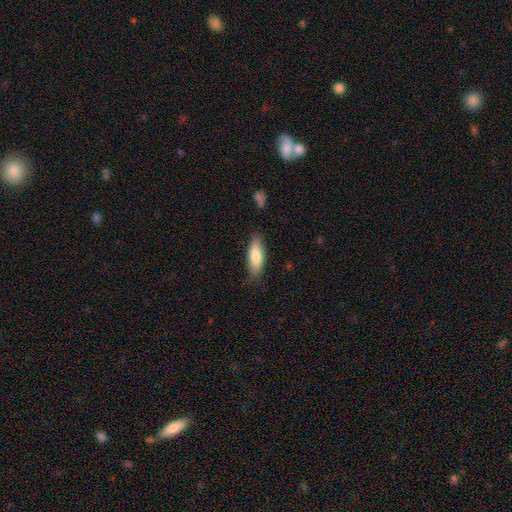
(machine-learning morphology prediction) smooth_or_featured: smooth (p=0.80) [alt: featured or disk p=0.14]
how_rounded: in between (p=0.61) [alt: cigar-shaped p=0.38]
merging: none (p=0.79) [alt: minor disturbance p=0.16]